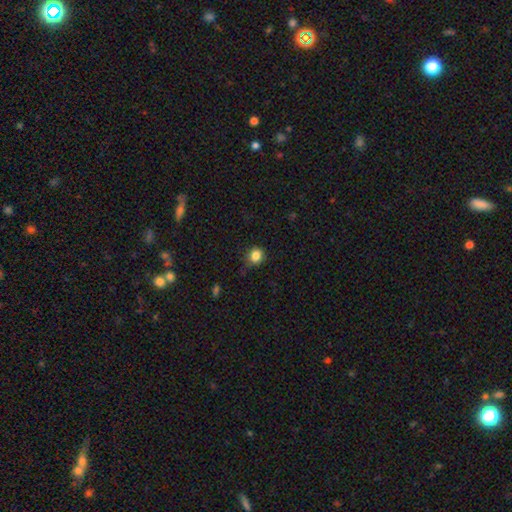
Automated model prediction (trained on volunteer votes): Smooth or featured?
  - smooth: 84% *
  - star or artifact: 11%
  - featured or disk: 5%
How rounded?
  - round: 82% *
  - in between: 17%
  - cigar-shaped: 1%
Merging?
  - none: 76% *
  - minor disturbance: 18%
  - major disturbance: 4%
  - merger: 2%